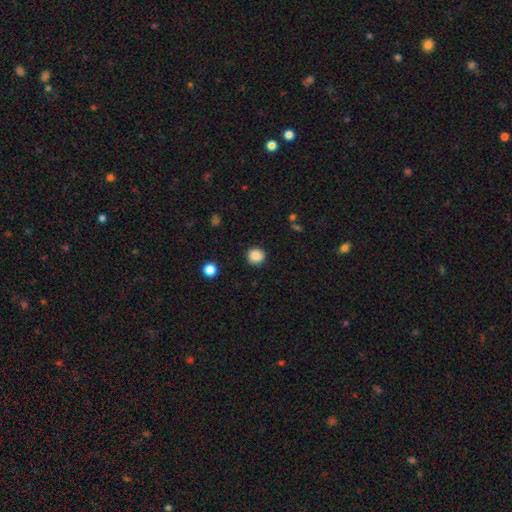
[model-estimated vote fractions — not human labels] The model was most divided on "smooth or featured": smooth: 86%, star or artifact: 10%, featured or disk: 4%. More confident: how rounded — round (92%); merging — none (90%).